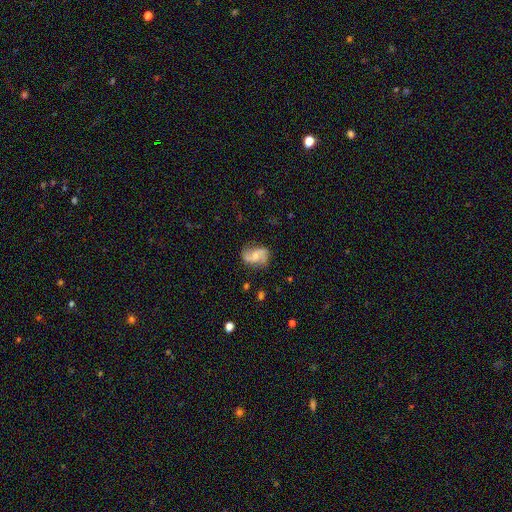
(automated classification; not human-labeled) Q: Smooth or featured?
A: featured or disk (79%); runner-up: smooth (14%)
Q: Edge-on disk?
A: no (98%); runner-up: yes (2%)
Q: Bar?
A: no (48%); runner-up: weak (40%)
Q: Spiral arms?
A: yes (95%); runner-up: no (5%)
Q: Spiral winding?
A: loose (58%); runner-up: medium (33%)
Q: Spiral arm count?
A: 2 (90%); runner-up: can't tell (3%)
Q: Bulge size?
A: small (46%); runner-up: moderate (30%)
Q: Merging?
A: none (72%); runner-up: minor disturbance (18%)